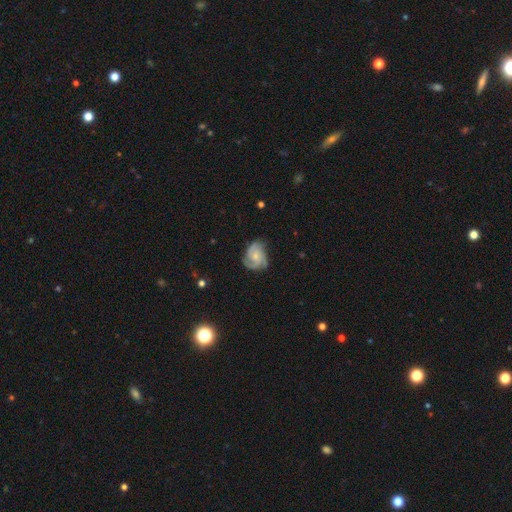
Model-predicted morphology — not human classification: featured or disk 78%, smooth 16%, star or artifact 6%. Down the decision tree: edge-on disk — no (98%); bar — no (76%); spiral arms — yes (96%); spiral arm count — 3 (55%); spiral winding — tight (45%); bulge size — small (63%); merging — none (62%).